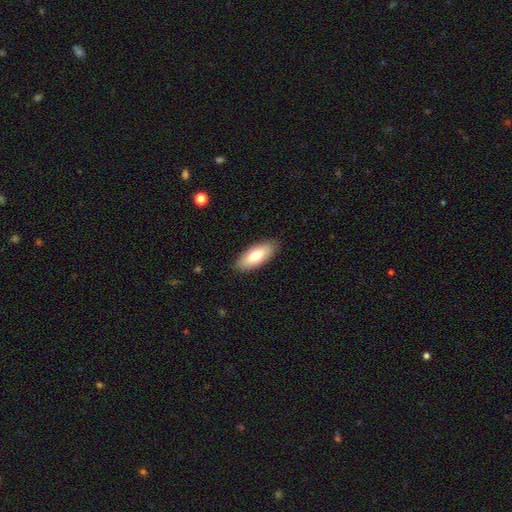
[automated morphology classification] smooth_or_featured: smooth (p=0.74) [alt: featured or disk p=0.20]
how_rounded: in between (p=0.82) [alt: cigar-shaped p=0.16]
merging: none (p=0.88) [alt: minor disturbance p=0.09]